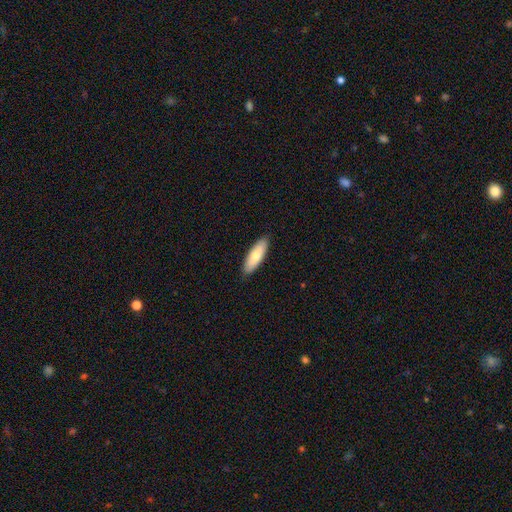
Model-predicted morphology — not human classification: Overall: smooth (73%). How rounded: in between (57%; cigar-shaped 41%). Merging: none (89%).